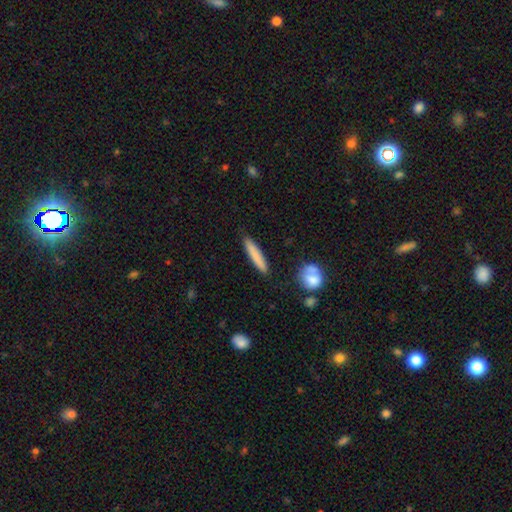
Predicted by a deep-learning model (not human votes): smooth 79%, featured or disk 15%, star or artifact 6%. Down the decision tree: how rounded — cigar-shaped (92%); merging — none (88%).